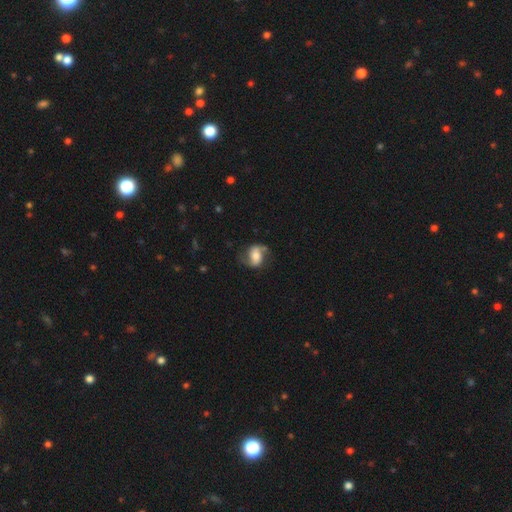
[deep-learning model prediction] smooth_or_featured: featured or disk (p=0.63) [alt: smooth p=0.29]
disk_edge_on: no (p=0.97) [alt: yes p=0.03]
bar: no (p=0.41) [alt: weak p=0.36]
has_spiral_arms: yes (p=0.90) [alt: no p=0.10]
spiral_winding: loose (p=0.47) [alt: medium p=0.40]
spiral_arm_count: 2 (p=0.88) [alt: can't tell p=0.05]
bulge_size: moderate (p=0.43) [alt: large p=0.23]
merging: none (p=0.65) [alt: minor disturbance p=0.21]